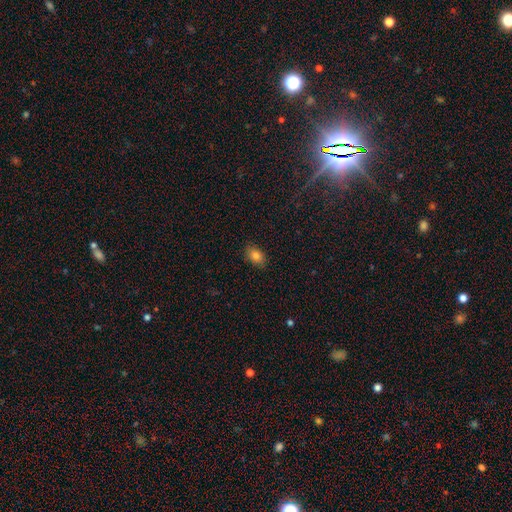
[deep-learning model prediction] This is clearly a smooth galaxy (82%). How rounded: clearly in between (84%). Merging: clearly none (87%).